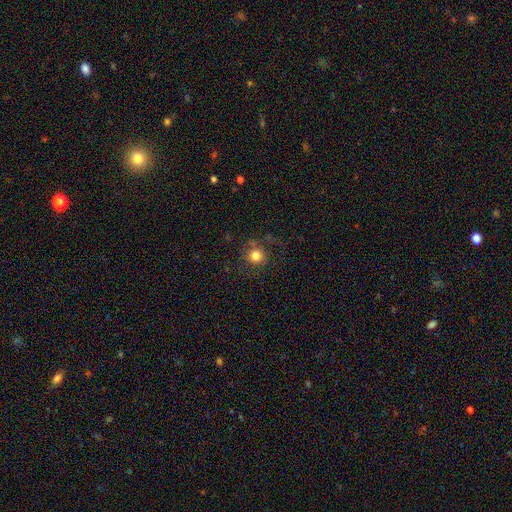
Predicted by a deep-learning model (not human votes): This is likely a smooth galaxy (74%). How rounded: clearly round (92%). Merging: likely none (74%).